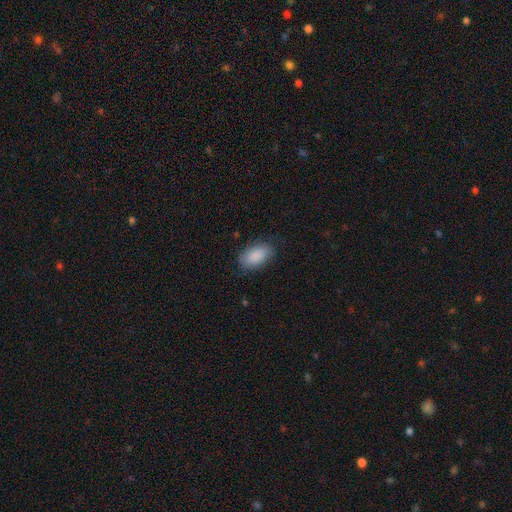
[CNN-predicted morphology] Smooth or featured? Predicted: smooth (p=0.88). How rounded? Predicted: in between (p=0.94). Merging? Predicted: none (p=0.81).